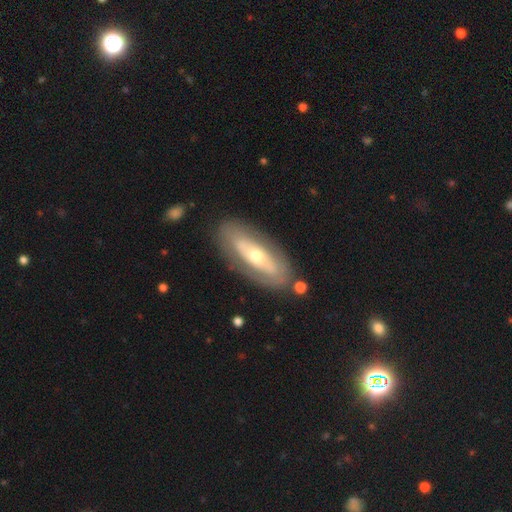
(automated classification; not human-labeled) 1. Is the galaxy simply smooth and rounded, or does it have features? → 63% featured or disk, 32% smooth, 5% star or artifact.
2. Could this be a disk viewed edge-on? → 82% no, 18% yes.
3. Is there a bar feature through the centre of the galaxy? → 72% no, 15% weak, 13% strong.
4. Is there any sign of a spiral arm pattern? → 72% no, 28% yes.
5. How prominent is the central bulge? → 57% moderate, 34% small, 6% large, 1% dominant, 1% none.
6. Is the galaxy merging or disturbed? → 80% none, 12% minor disturbance, 5% major disturbance, 2% merger.